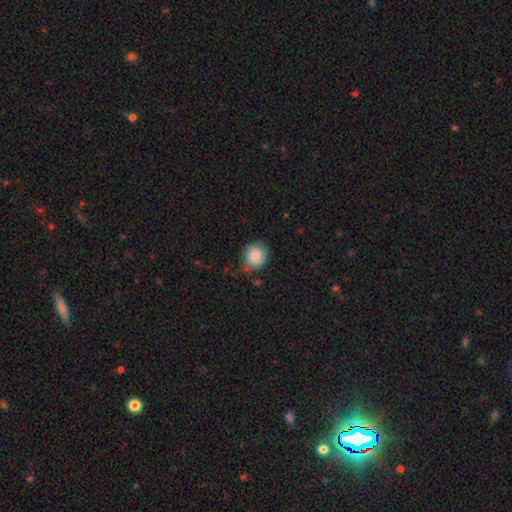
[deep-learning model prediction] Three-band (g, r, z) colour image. It shows a smooth galaxy with no disk features (75%) that is round (78%). Merging: none (63%).